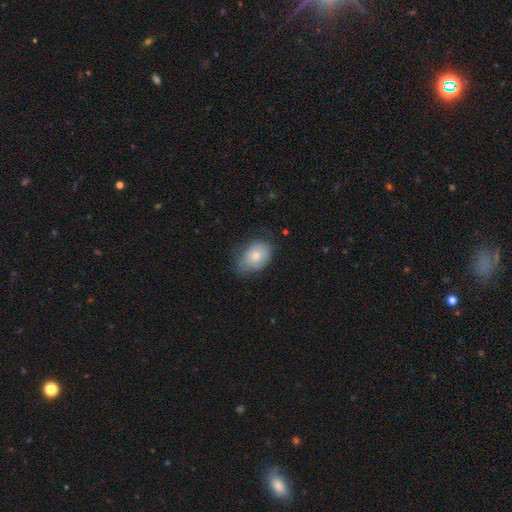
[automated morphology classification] Smooth or featured?
  - smooth: 76% *
  - featured or disk: 16%
  - star or artifact: 7%
How rounded?
  - in between: 77% *
  - round: 22%
  - cigar-shaped: 1%
Merging?
  - none: 55% *
  - minor disturbance: 35%
  - major disturbance: 9%
  - merger: 1%